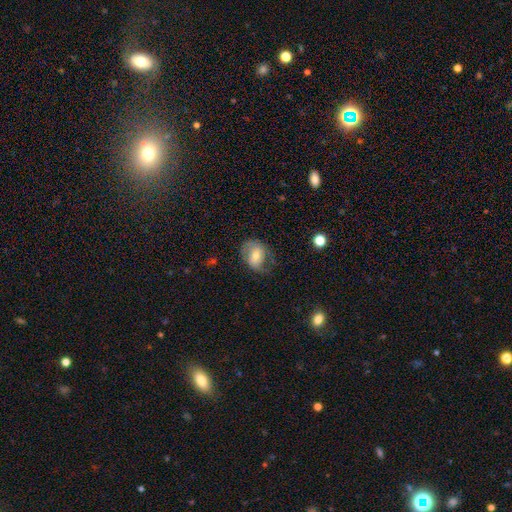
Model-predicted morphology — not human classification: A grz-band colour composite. It shows a smooth galaxy with no disk features (47%). Merging: none (57%).